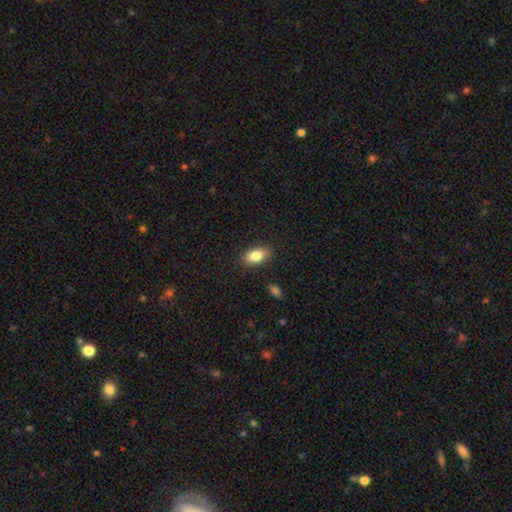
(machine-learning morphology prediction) smooth-or-featured: smooth: 83% | featured or disk: 10% | star or artifact: 8%
  how-rounded: in between: 89% | round: 7% | cigar-shaped: 4%
  merging: none: 87% | minor disturbance: 10% | major disturbance: 2% | merger: 1%